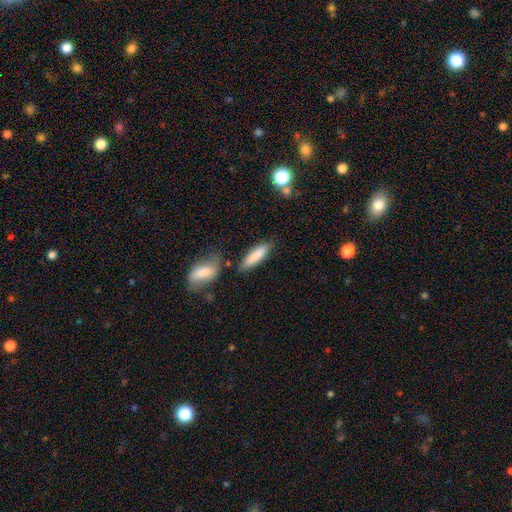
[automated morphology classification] The model was most divided on "how rounded": cigar-shaped: 65%, in between: 33%, round: 2%. More confident: smooth or featured — smooth (84%); merging — none (73%).